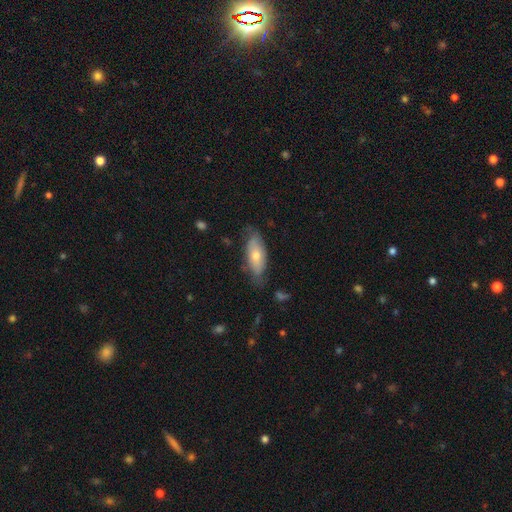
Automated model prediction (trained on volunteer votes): smooth-or-featured: smooth: 57% | featured or disk: 36% | star or artifact: 7%
  how-rounded: in between: 68% | cigar-shaped: 30% | round: 2%
  merging: none: 68% | minor disturbance: 25% | major disturbance: 5% | merger: 2%